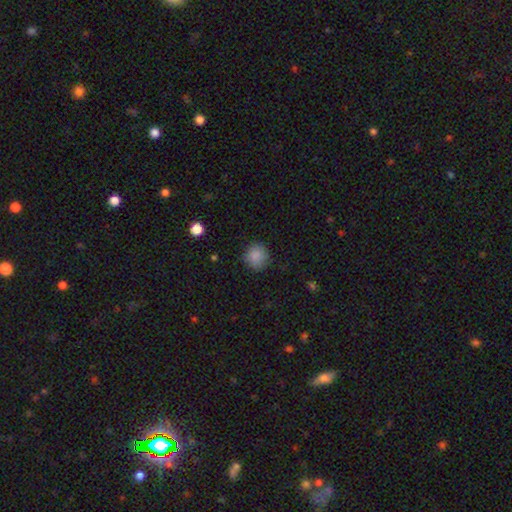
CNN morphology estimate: Smooth or featured?
  - smooth: 86% *
  - star or artifact: 9%
  - featured or disk: 4%
How rounded?
  - round: 89% *
  - in between: 10%
  - cigar-shaped: 1%
Merging?
  - none: 82% *
  - minor disturbance: 14%
  - major disturbance: 3%
  - merger: 1%